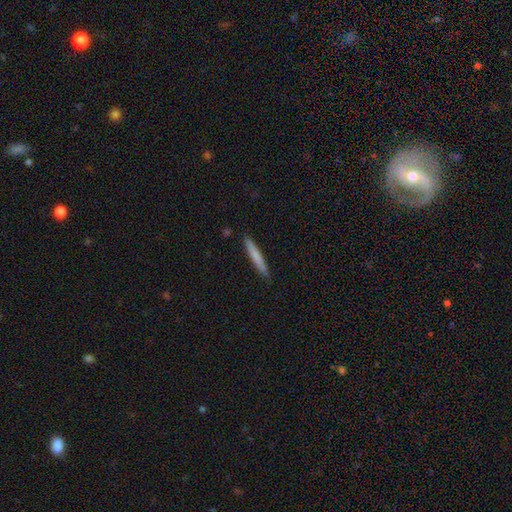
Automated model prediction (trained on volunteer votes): The model was most divided on "smooth or featured": smooth: 74%, featured or disk: 20%, star or artifact: 6%. More confident: how rounded — cigar-shaped (96%); merging — none (91%).